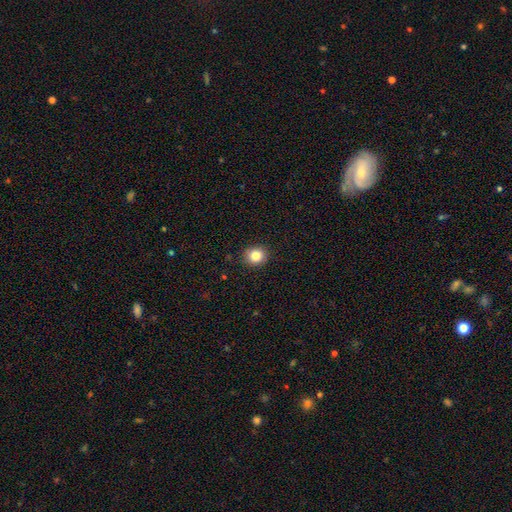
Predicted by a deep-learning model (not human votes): A smooth galaxy with no disk features (83%) that is round (82%).

Vote fractions:
- Smooth or featured? smooth: 83% / star or artifact: 11% / featured or disk: 6%
- How rounded? round: 82% / in between: 17% / cigar-shaped: 1%
- Merging? none: 90% / minor disturbance: 7% / major disturbance: 2% / merger: 1%